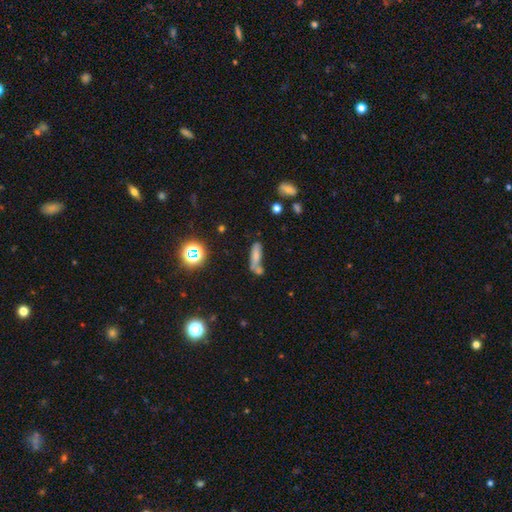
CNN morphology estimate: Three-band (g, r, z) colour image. It shows a smooth galaxy with no disk features (63%) that is cigar-shaped (56%). Merging: merger (39%).